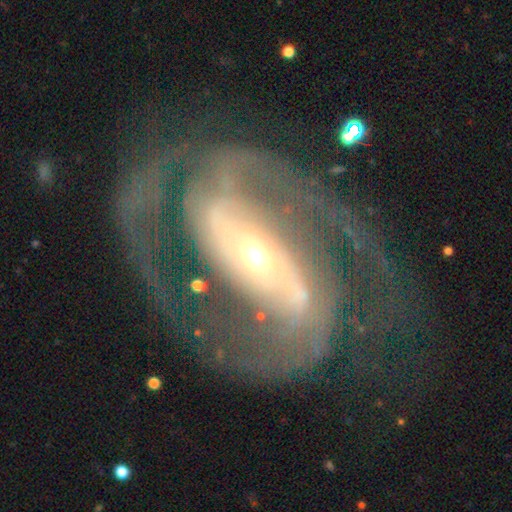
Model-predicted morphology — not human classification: A featured or disk galaxy (91%) with a strong bar (57%), 2 (89%) medium (58%) spiral arms (97%) and a small central bulge (57%).

Vote fractions:
- Smooth or featured? featured or disk: 91% / star or artifact: 5% / smooth: 3%
- Edge-on disk? no: 97% / yes: 3%
- Bar? strong: 57% / weak: 25% / no: 17%
- Spiral arms? yes: 97% / no: 3%
- Spiral winding? medium: 58% / tight: 26% / loose: 16%
- Spiral arm count? 2: 89% / 3: 4% / can't tell: 3% / 1: 2% / 4: 2% / more than 4: 1%
- Bulge size? small: 57% / moderate: 36% / large: 5% / dominant: 1% / none: 1%
- Merging? none: 70% / major disturbance: 15% / minor disturbance: 14% / merger: 2%